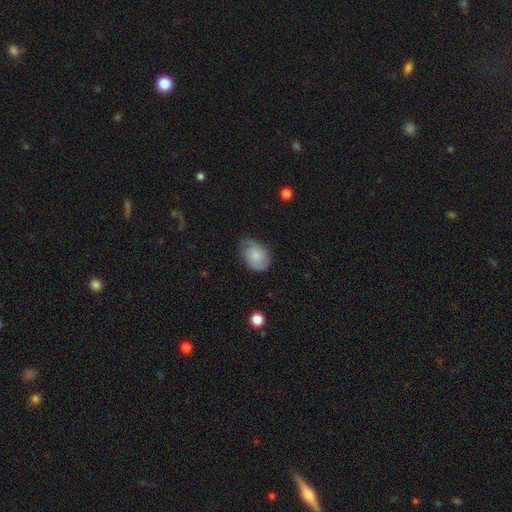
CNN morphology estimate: A smooth galaxy with no disk features (50%) that is in between round and cigar-shaped (76%).

Vote fractions:
- Smooth or featured? smooth: 50% / featured or disk: 42% / star or artifact: 8%
- How rounded? in between: 76% / round: 23% / cigar-shaped: 1%
- Merging? none: 64% / minor disturbance: 27% / major disturbance: 7% / merger: 1%